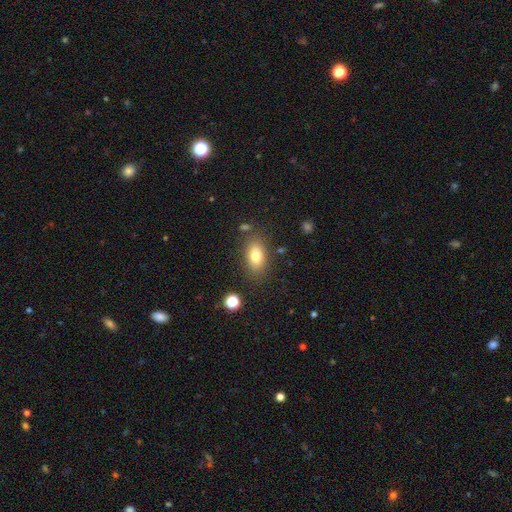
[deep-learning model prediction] Overall: smooth (79%). How rounded: in between (86%). Merging: none (80%).